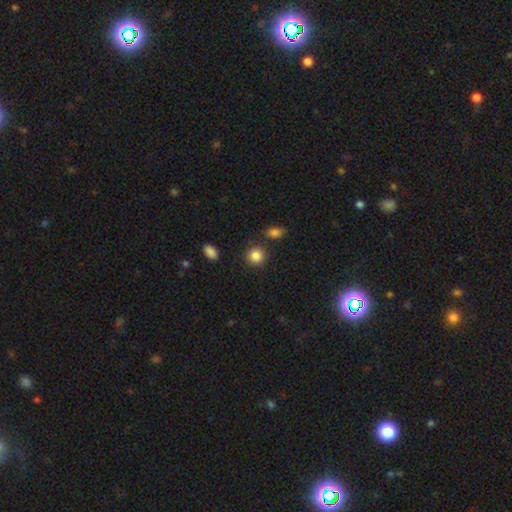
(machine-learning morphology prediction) Q: Smooth or featured?
A: smooth (86%); runner-up: star or artifact (10%)
Q: How rounded?
A: round (89%); runner-up: in between (10%)
Q: Merging?
A: none (86%); runner-up: minor disturbance (8%)